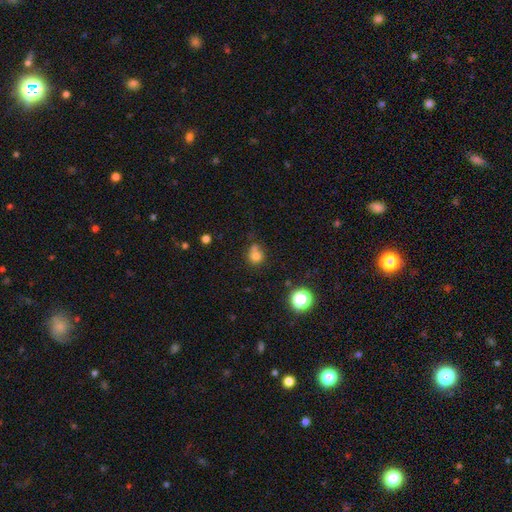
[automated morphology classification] type=smooth (75%); roundness=round (79%); merging=none (45%).